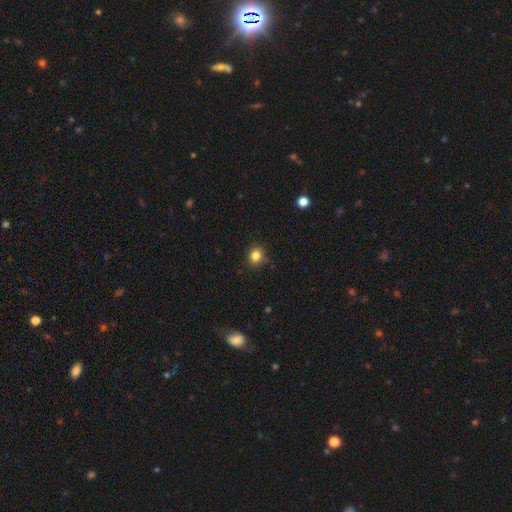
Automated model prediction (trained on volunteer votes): The model was most divided on "how rounded": round: 79%, in between: 21%, cigar-shaped: 1%. More confident: merging — none (88%); smooth or featured — smooth (83%).